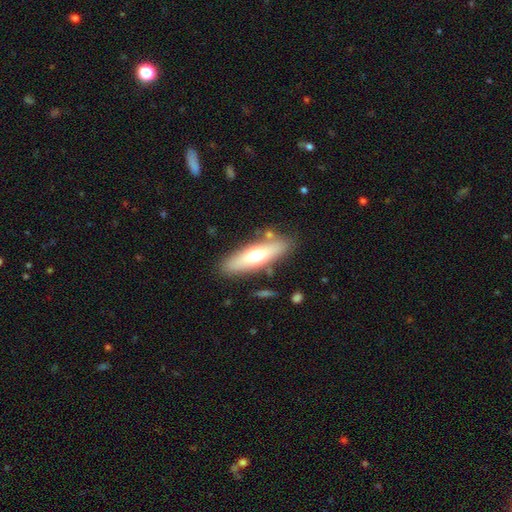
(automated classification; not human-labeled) This appears to be a smooth galaxy with no disk features (57%) that is cigar-shaped (50%). Merging: none (82%).